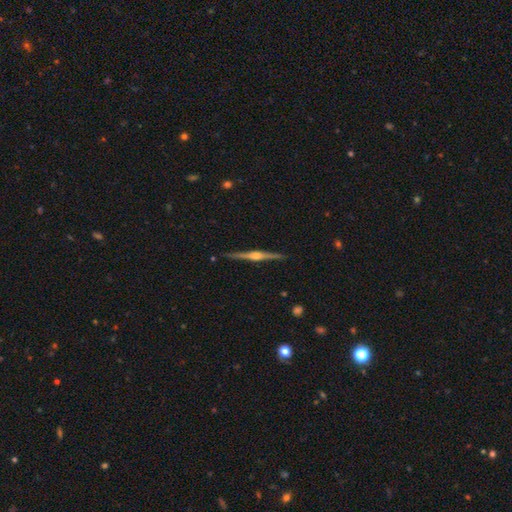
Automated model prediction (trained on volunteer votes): smooth-or-featured: featured or disk: 84% | smooth: 10% | star or artifact: 6%
  disk-edge-on: yes: 99% | no: 1%
    edge-on-bulge: rounded: 81% | boxy: 14% | none: 5%
  merging: none: 90% | minor disturbance: 7% | major disturbance: 1% | merger: 1%